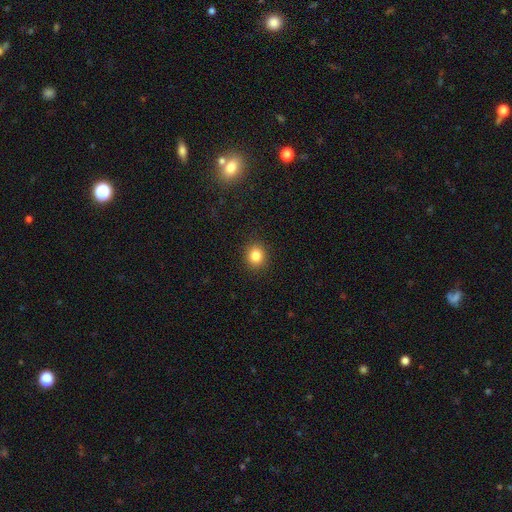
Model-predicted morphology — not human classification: smooth_or_featured: smooth (p=0.83) [alt: star or artifact p=0.11]
how_rounded: round (p=0.83) [alt: in between p=0.16]
merging: none (p=0.91) [alt: minor disturbance p=0.06]